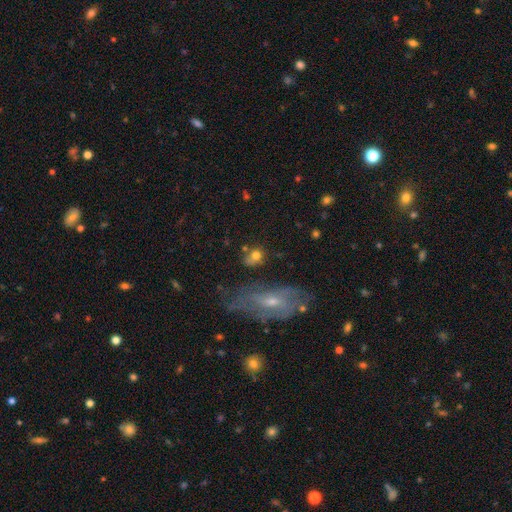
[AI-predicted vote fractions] smooth 69%, featured or disk 18%, star or artifact 13%. Down the decision tree: how rounded — round (60%); merging — none (59%).